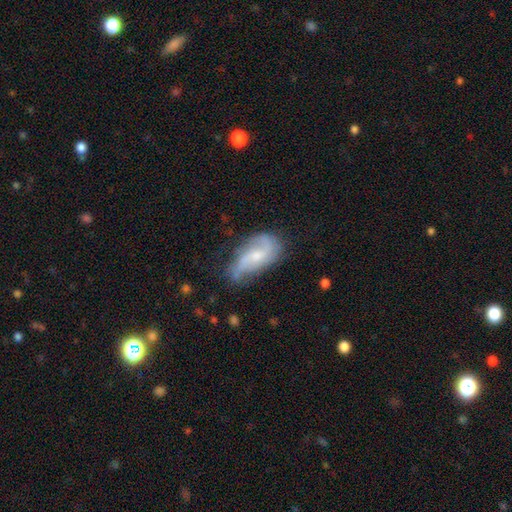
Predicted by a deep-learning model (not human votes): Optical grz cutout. It shows a featured or disk galaxy (72%) with no bar (48%), 2 (73%) loose (49%) spiral arms (90%) and a small central bulge (50%). Merging: none (53%).